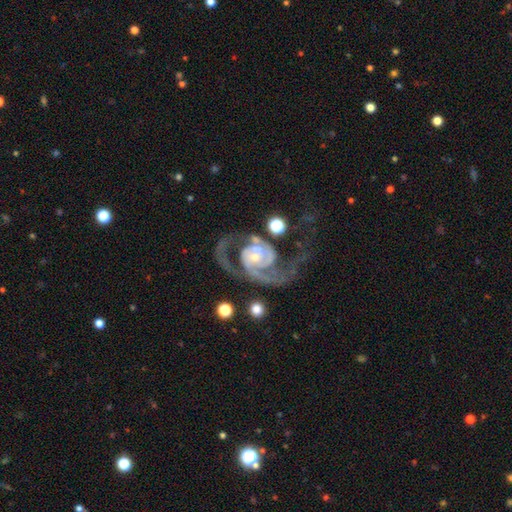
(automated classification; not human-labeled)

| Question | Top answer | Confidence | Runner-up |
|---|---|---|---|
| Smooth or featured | featured or disk | 92% | star or artifact (4%) |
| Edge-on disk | no | 98% | yes (2%) |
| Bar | no | 65% | weak (26%) |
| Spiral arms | yes | 97% | no (3%) |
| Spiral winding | medium | 54% | tight (23%) |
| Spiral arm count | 2 | 87% | 1 (3%) |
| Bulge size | small | 55% | moderate (36%) |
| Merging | none | 48% | major disturbance (27%) |